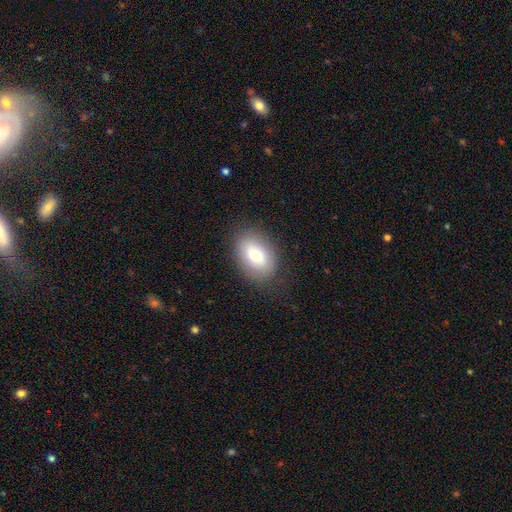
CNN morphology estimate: This is likely a smooth galaxy (73%). How rounded: likely in between (80%). Merging: clearly none (82%).